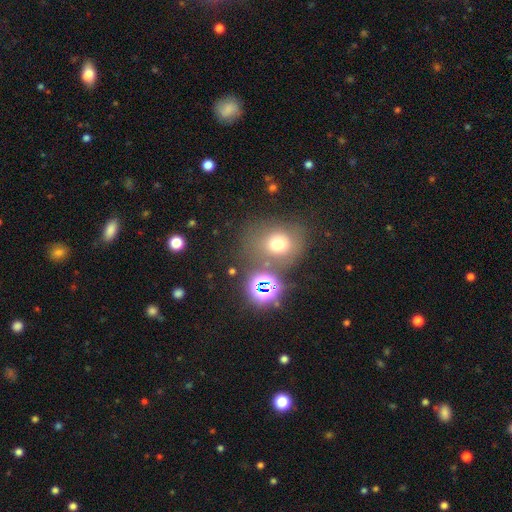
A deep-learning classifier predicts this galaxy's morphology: Smooth or featured? smooth (49%)
Merging? none (71%)